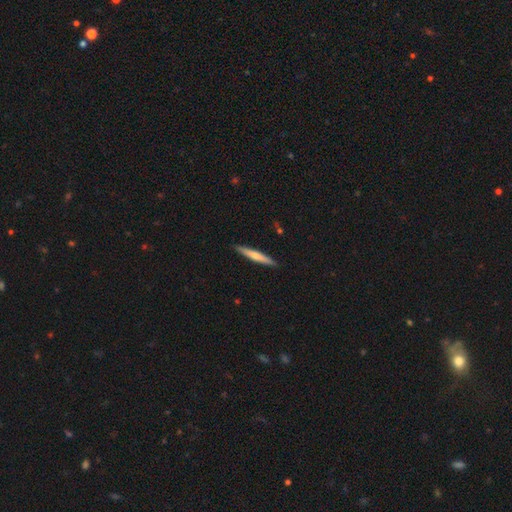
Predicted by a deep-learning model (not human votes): Overall: smooth (57%; featured or disk 38%). How rounded: cigar-shaped (95%). Merging: none (91%).